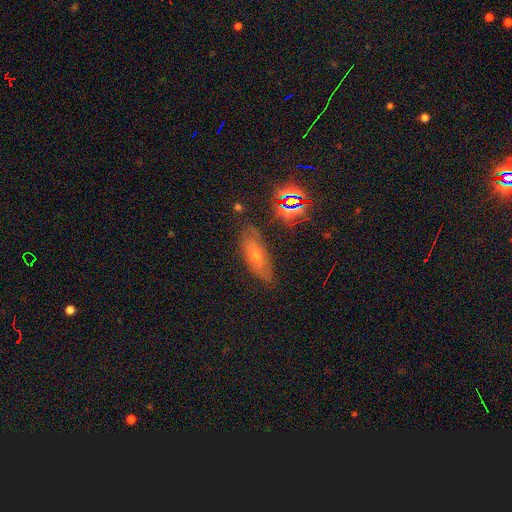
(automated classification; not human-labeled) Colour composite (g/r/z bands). It shows a featured or disk galaxy (43%). Merging: none (76%).